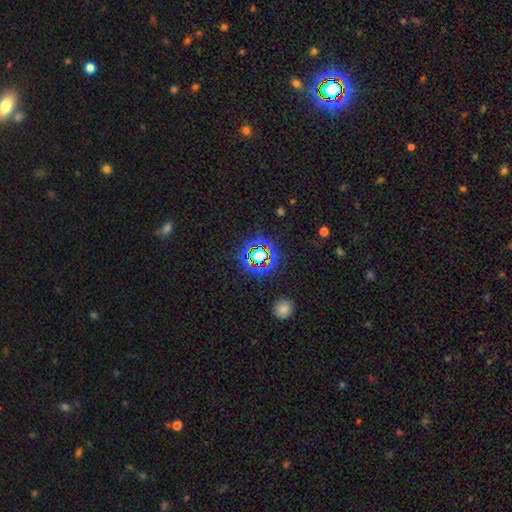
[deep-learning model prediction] The model was most divided on "smooth or featured": star or artifact: 71%, smooth: 19%, featured or disk: 10%.